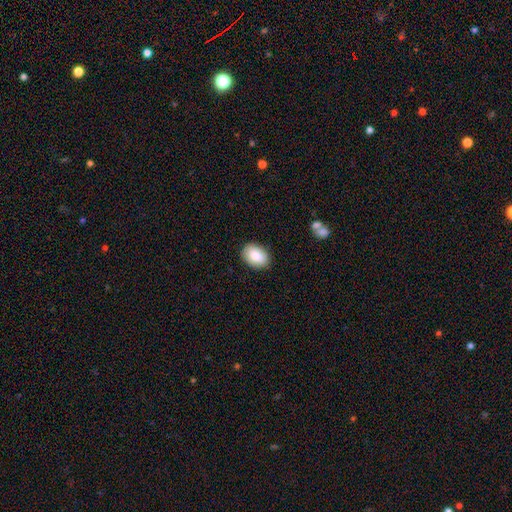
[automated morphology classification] A smooth galaxy with no disk features (86%) that is in between round and cigar-shaped (82%). Merging: none (85%).